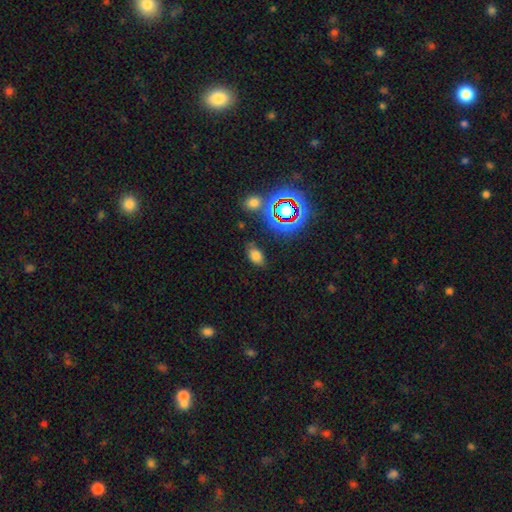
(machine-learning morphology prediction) The model was most divided on "smooth or featured": smooth: 71%, star or artifact: 20%, featured or disk: 9%. More confident: how rounded — in between (87%); merging — none (76%).